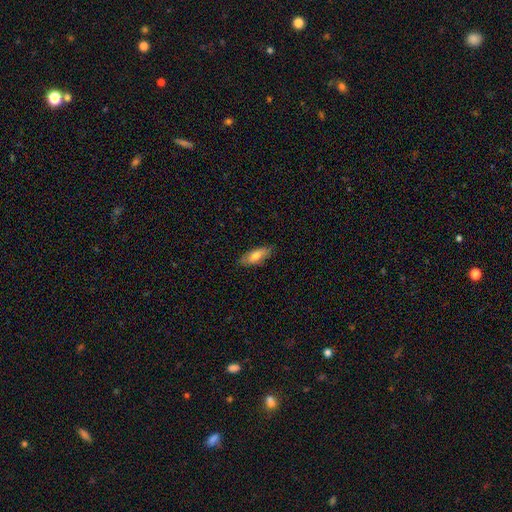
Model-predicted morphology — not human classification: Smooth or featured? Predicted: smooth (p=0.75). How rounded? Predicted: in between (p=0.72). Merging? Predicted: none (p=0.82).